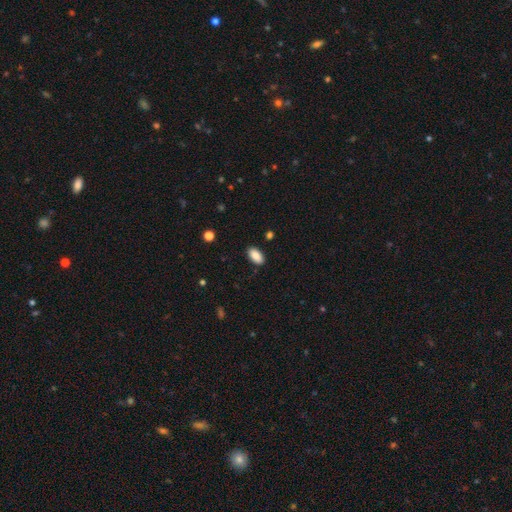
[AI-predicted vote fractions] Overall: smooth (88%). How rounded: in between (93%). Merging: none (88%).